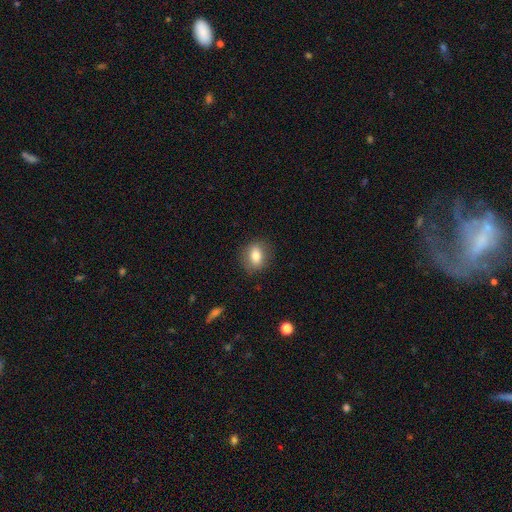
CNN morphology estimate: The model was most divided on "how rounded": in between: 57%, round: 41%, cigar-shaped: 2%. More confident: merging — none (85%); smooth or featured — smooth (78%).